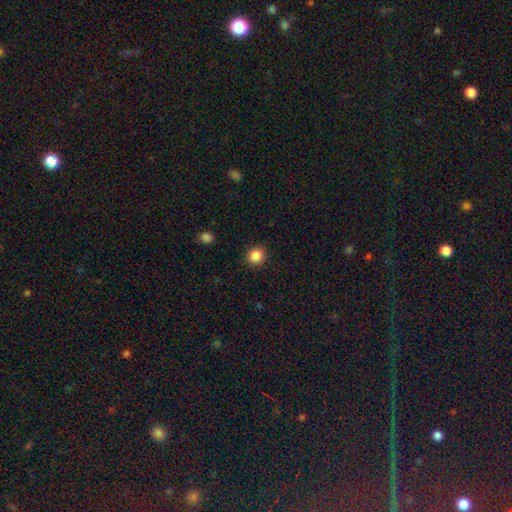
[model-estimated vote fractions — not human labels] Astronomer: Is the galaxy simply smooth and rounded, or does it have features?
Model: smooth — 87%.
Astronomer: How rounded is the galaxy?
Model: round — 81%.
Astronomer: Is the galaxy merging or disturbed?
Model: none — 90%.